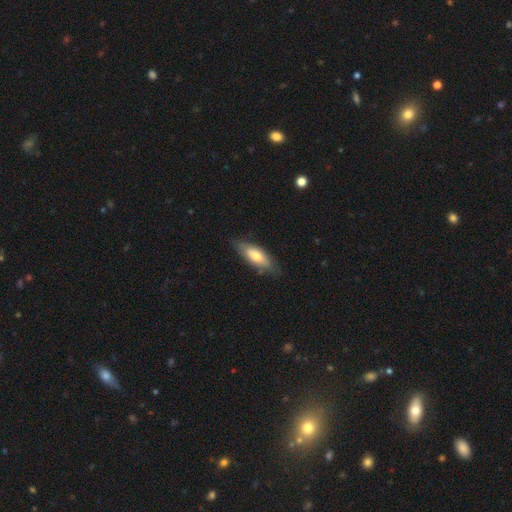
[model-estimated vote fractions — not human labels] smooth-or-featured: smooth: 68% | featured or disk: 26% | star or artifact: 6%
  how-rounded: in between: 68% | cigar-shaped: 30% | round: 2%
  merging: none: 76% | minor disturbance: 19% | major disturbance: 4% | merger: 1%